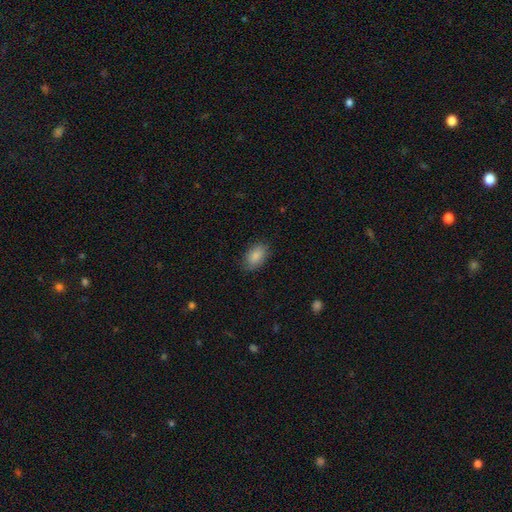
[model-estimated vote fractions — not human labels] The model was most divided on "merging": none: 81%, minor disturbance: 15%, major disturbance: 3%, merger: 1%. More confident: how rounded — in between (89%); smooth or featured — smooth (86%).